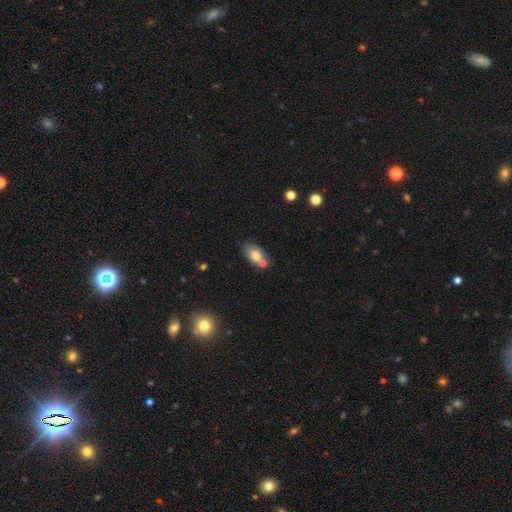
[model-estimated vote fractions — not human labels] smooth-or-featured: smooth: 76% | featured or disk: 15% | star or artifact: 8%
  how-rounded: in between: 86% | round: 11% | cigar-shaped: 3%
  merging: none: 49% | merger: 30% | minor disturbance: 16% | major disturbance: 4%